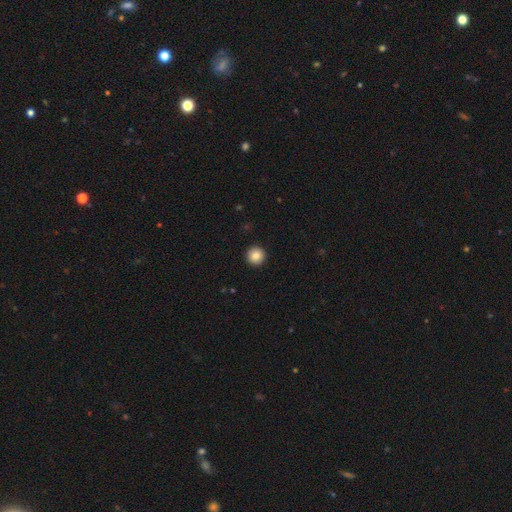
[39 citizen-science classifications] Smooth or featured? 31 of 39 (79%) said smooth. How rounded? 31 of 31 (100%) said round. Merging? 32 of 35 (91%) said none.